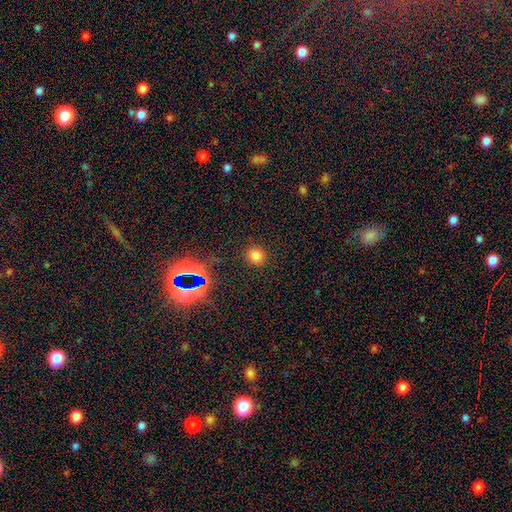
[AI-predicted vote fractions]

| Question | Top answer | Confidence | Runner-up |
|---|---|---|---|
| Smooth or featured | smooth | 75% | star or artifact (19%) |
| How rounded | round | 91% | in between (7%) |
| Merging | none | 89% | minor disturbance (6%) |